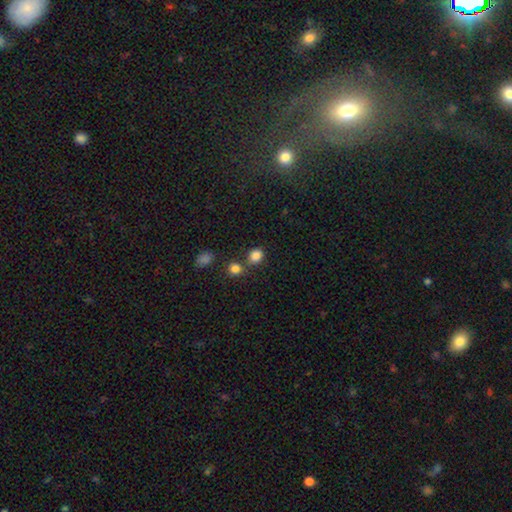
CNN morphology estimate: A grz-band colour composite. It shows a smooth galaxy with no disk features (84%) that is round (69%). Merging: none (67%).